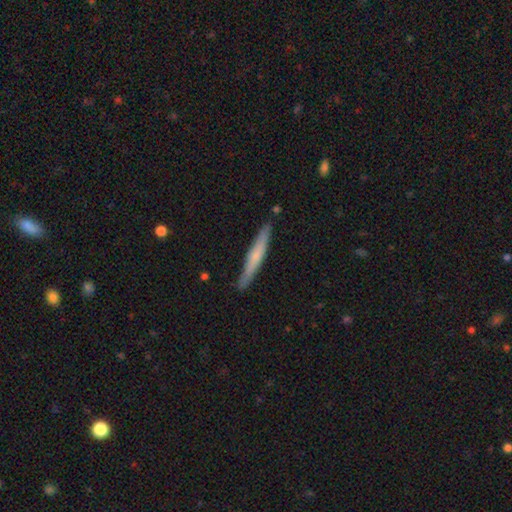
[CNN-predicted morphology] smooth 53%, featured or disk 42%, star or artifact 5%. Down the decision tree: how rounded — cigar-shaped (96%); merging — none (88%).